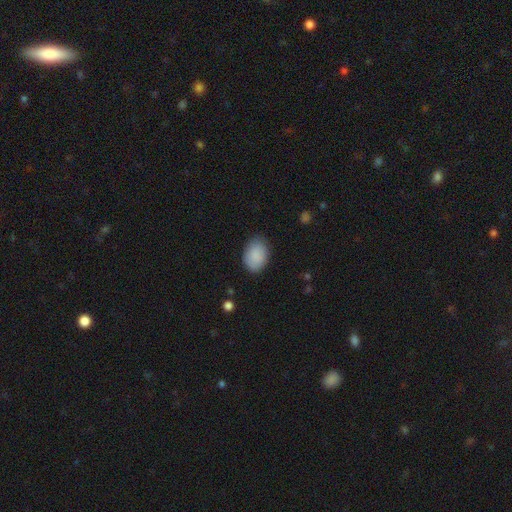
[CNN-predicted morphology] Q: Smooth or featured?
A: smooth (89%); runner-up: star or artifact (6%)
Q: How rounded?
A: in between (84%); runner-up: round (15%)
Q: Merging?
A: none (81%); runner-up: minor disturbance (15%)